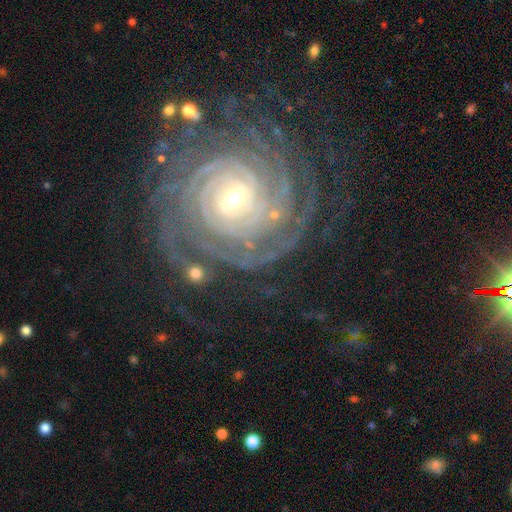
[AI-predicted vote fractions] smooth_or_featured: featured or disk (p=0.90) [alt: star or artifact p=0.06]
disk_edge_on: no (p=0.97) [alt: yes p=0.03]
bar: weak (p=0.45) [alt: strong p=0.32]
has_spiral_arms: yes (p=0.98) [alt: no p=0.02]
spiral_winding: tight (p=0.85) [alt: medium p=0.13]
spiral_arm_count: more than 4 (p=0.24) [alt: can't tell p=0.22]
bulge_size: small (p=0.55) [alt: moderate p=0.41]
merging: none (p=0.75) [alt: minor disturbance p=0.14]